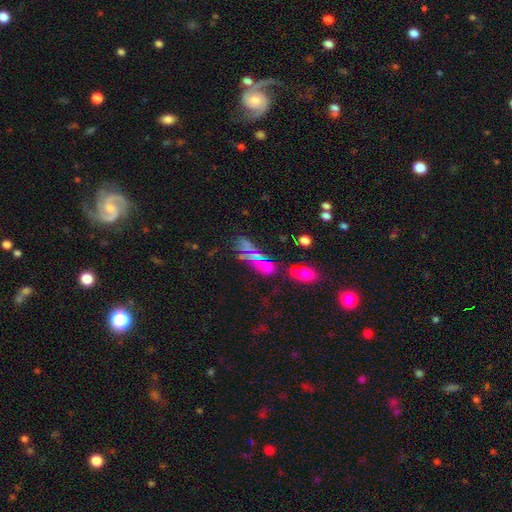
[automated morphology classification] smooth-or-featured: smooth: 46% | star or artifact: 39% | featured or disk: 15%
  merging: none: 54% | merger: 19% | minor disturbance: 17% | major disturbance: 10%